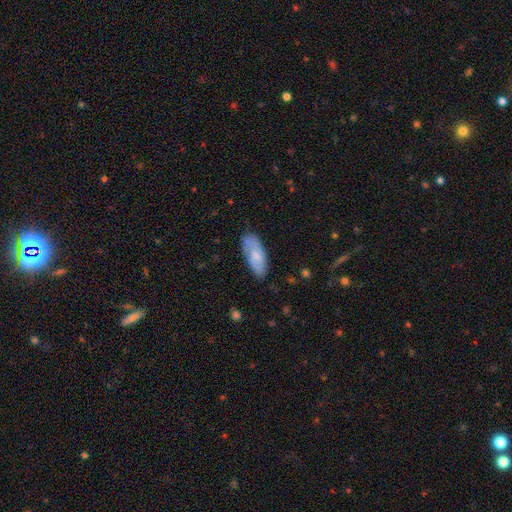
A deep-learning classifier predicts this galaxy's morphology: A smooth galaxy with no disk features (61%) that is in between round and cigar-shaped (81%). Merging: none (72%).